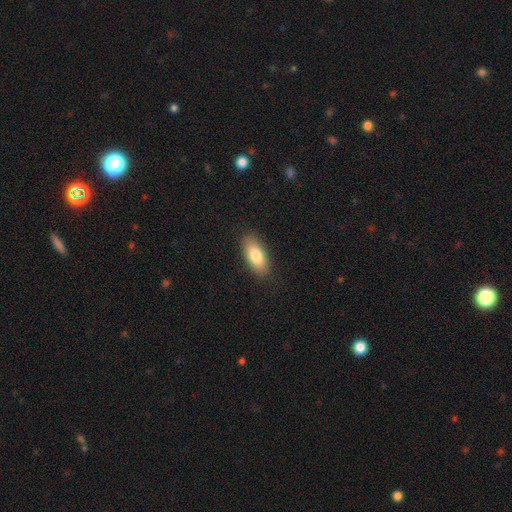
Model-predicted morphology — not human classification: This appears to be a smooth galaxy with no disk features (81%) that is in between round and cigar-shaped (85%). Merging: none (87%).